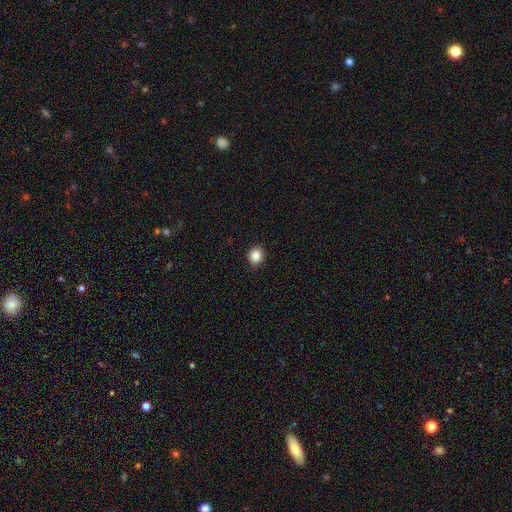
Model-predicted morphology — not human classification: This is clearly a smooth galaxy (87%). How rounded: likely round (78%). Merging: clearly none (91%).